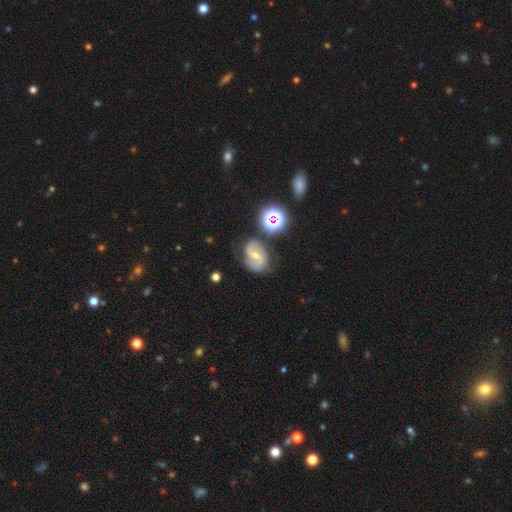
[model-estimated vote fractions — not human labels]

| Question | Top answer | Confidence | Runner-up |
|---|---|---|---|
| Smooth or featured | featured or disk | 77% | smooth (13%) |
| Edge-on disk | no | 97% | yes (3%) |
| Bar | weak | 51% | no (25%) |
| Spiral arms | yes | 94% | no (6%) |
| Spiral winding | medium | 53% | loose (24%) |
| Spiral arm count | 2 | 88% | can't tell (6%) |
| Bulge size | moderate | 49% | small (46%) |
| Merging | none | 73% | minor disturbance (18%) |